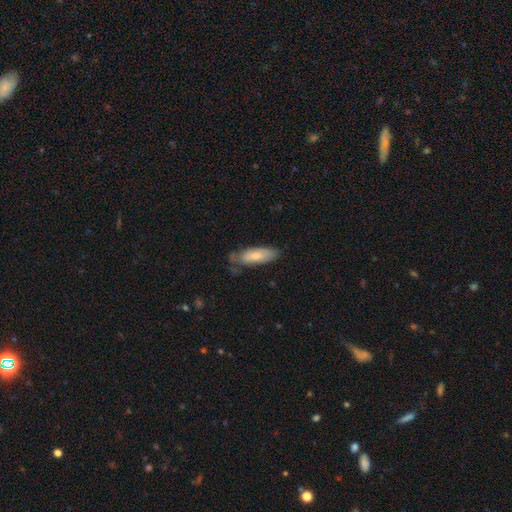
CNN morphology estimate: Q: Smooth or featured?
A: smooth (75%); runner-up: featured or disk (19%)
Q: How rounded?
A: in between (60%); runner-up: cigar-shaped (39%)
Q: Merging?
A: none (55%); runner-up: minor disturbance (33%)